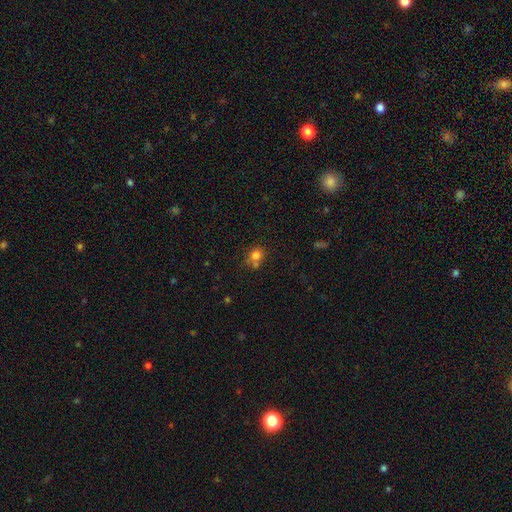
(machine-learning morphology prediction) This appears to be a smooth galaxy with no disk features (79%) that is round (72%). Merging: none (57%).